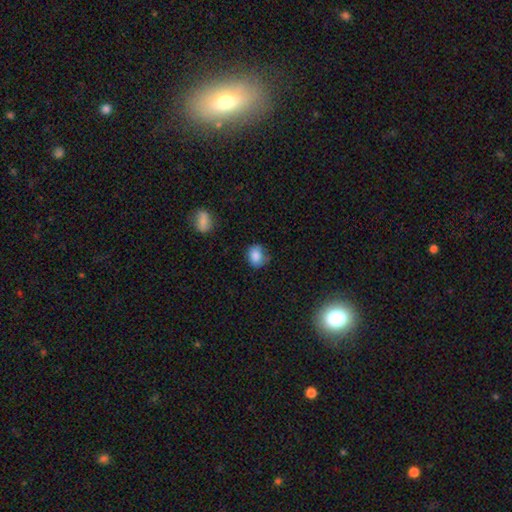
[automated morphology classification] The model was most divided on "how rounded": round: 55%, in between: 44%, cigar-shaped: 1%. More confident: smooth or featured — smooth (84%); merging — none (62%).